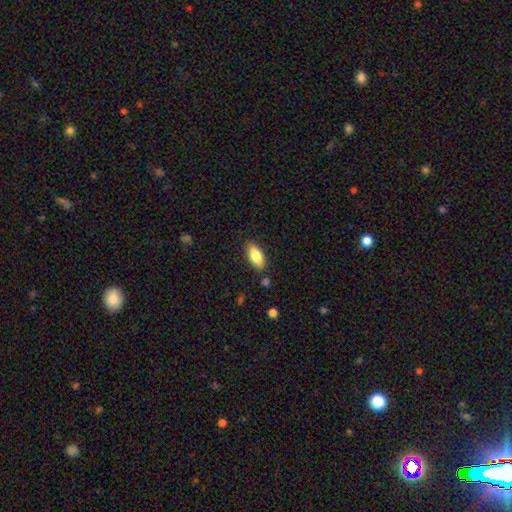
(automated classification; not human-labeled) This is clearly a smooth galaxy (84%). How rounded: clearly in between (87%). Merging: clearly none (85%).